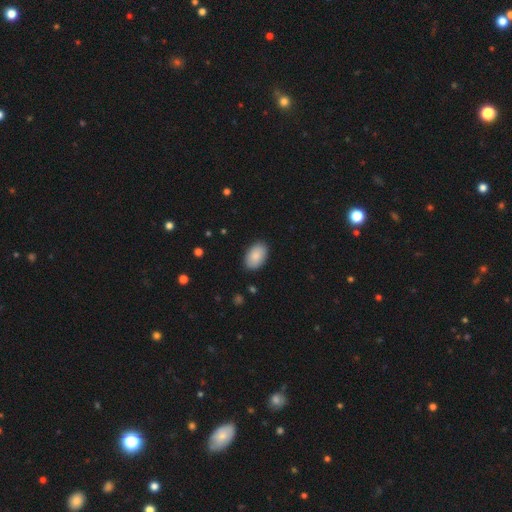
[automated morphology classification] Overall: smooth (89%). How rounded: in between (93%). Merging: none (88%).